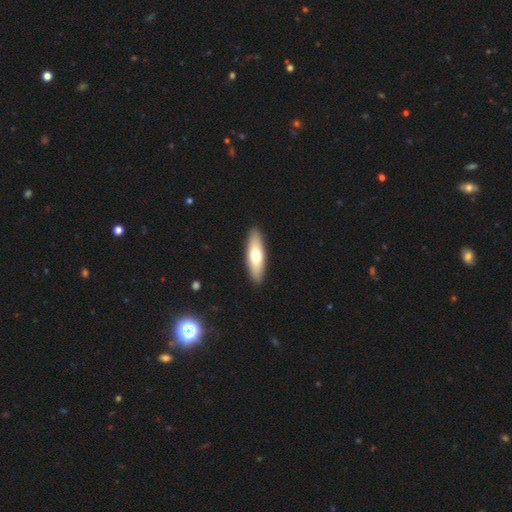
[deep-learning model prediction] Smooth or featured? smooth (62%)
How rounded? cigar-shaped (52%)
Merging? none (91%)